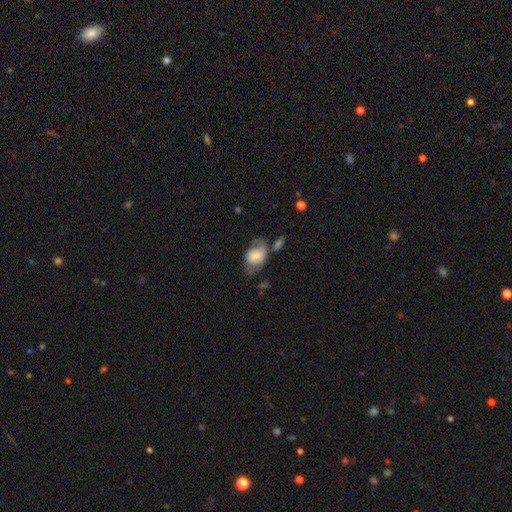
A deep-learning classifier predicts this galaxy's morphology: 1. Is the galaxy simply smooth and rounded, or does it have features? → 62% smooth, 31% featured or disk, 7% star or artifact.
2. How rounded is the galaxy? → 78% in between, 20% round, 1% cigar-shaped.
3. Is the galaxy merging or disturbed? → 42% none, 28% minor disturbance, 19% major disturbance, 11% merger.